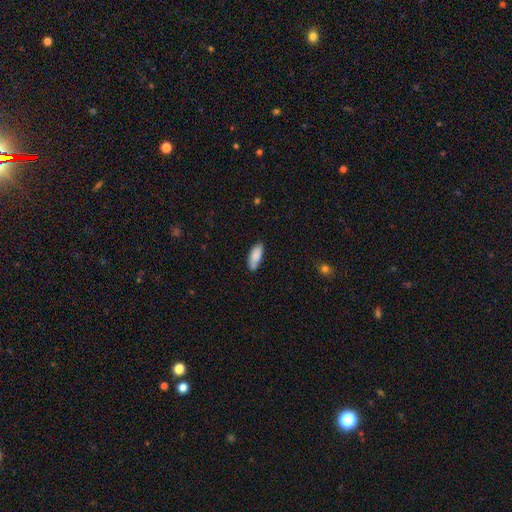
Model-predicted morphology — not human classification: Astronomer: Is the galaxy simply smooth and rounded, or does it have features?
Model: smooth — 85%.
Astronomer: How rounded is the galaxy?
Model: in between — 75%.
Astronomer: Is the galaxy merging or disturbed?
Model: none — 74%.